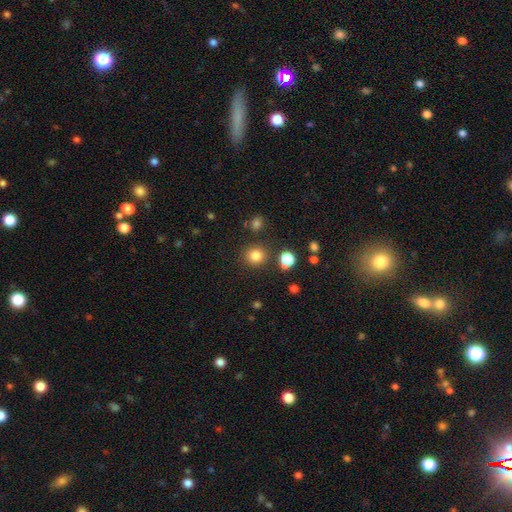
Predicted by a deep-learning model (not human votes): A smooth galaxy with no disk features (83%) that is round (89%). Merging: none (85%).